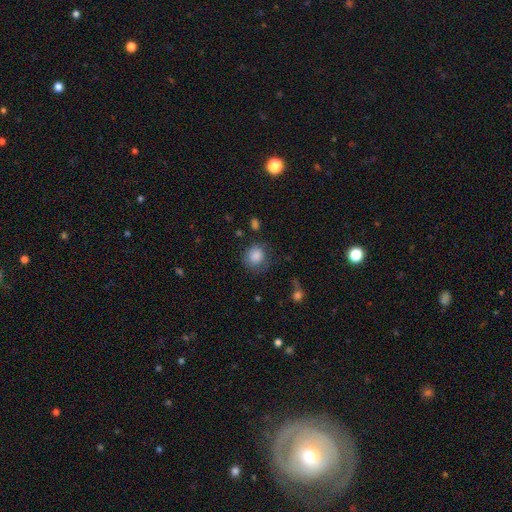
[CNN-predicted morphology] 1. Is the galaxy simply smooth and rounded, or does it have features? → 86% smooth, 8% star or artifact, 5% featured or disk.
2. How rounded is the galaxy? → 81% round, 18% in between, 1% cigar-shaped.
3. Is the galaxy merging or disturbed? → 70% none, 18% minor disturbance, 9% major disturbance, 3% merger.